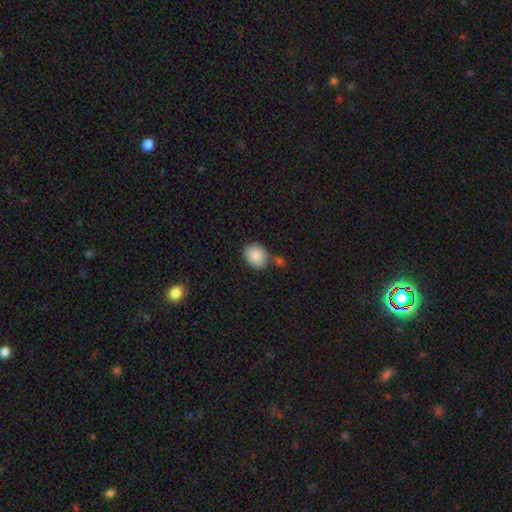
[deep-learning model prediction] The model was most divided on "how rounded": in between: 53%, round: 46%, cigar-shaped: 1%. More confident: smooth or featured — smooth (87%); merging — none (60%).